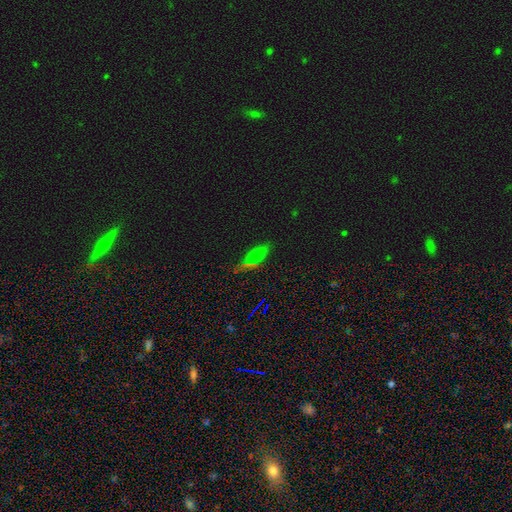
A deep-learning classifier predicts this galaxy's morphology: Smooth or featured: smooth — 56% (star or artifact — 28%)
How rounded: in between — 66% (cigar-shaped — 26%)
Merging: none — 72% (minor disturbance — 17%)